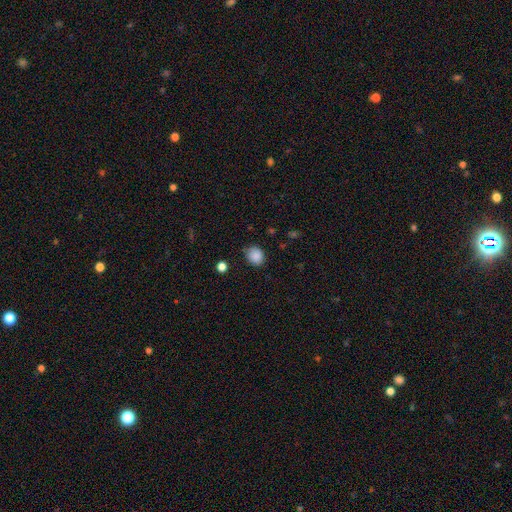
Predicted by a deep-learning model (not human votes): Morphology: type=smooth (87%); roundness=round (69%); merging=none (78%).